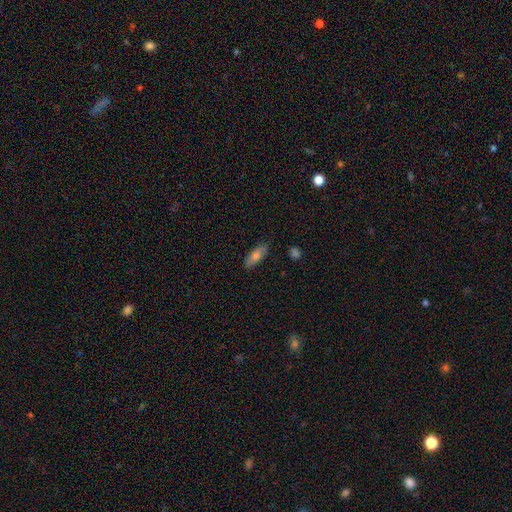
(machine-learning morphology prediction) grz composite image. It shows a smooth galaxy with no disk features (71%) that is in between round and cigar-shaped (71%). Merging: none (86%).